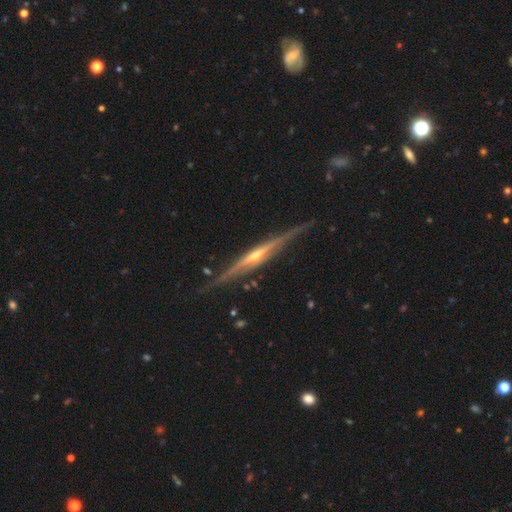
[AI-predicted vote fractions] Morphology: type=featured or disk (87%); edge-on=yes (98%); edge-on bulge=rounded (78%); merging=none (84%).